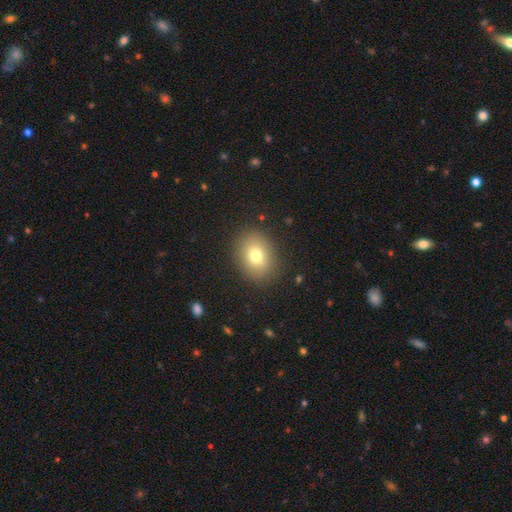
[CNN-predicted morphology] type=smooth (76%); roundness=round (56%); merging=none (87%).